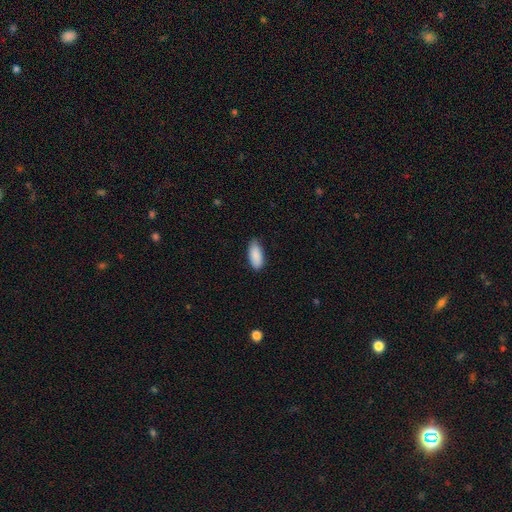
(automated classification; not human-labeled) A smooth galaxy with no disk features (90%) that is in between round and cigar-shaped (87%). Merging: none (83%).